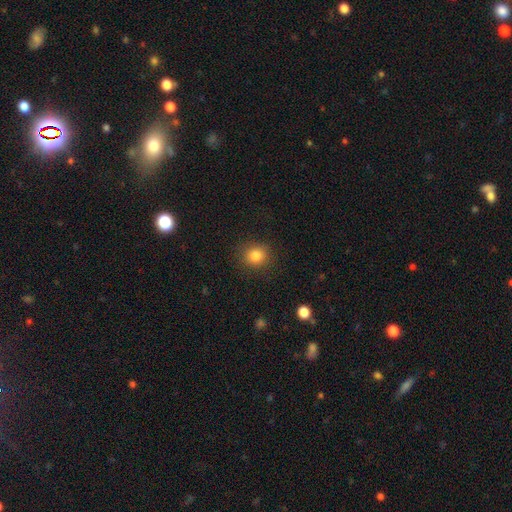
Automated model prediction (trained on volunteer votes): The model was most divided on "how rounded": round: 82%, in between: 17%, cigar-shaped: 1%. More confident: merging — none (87%); smooth or featured — smooth (83%).